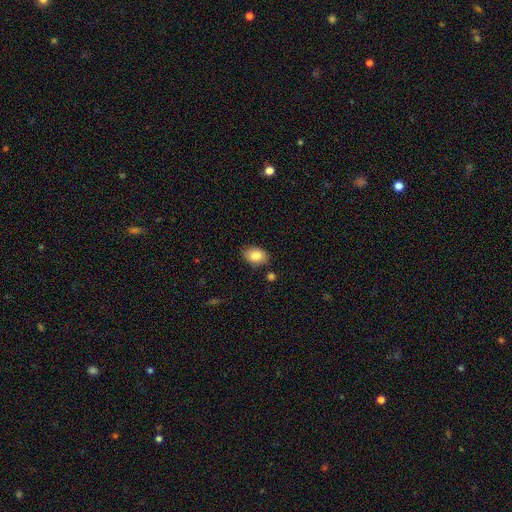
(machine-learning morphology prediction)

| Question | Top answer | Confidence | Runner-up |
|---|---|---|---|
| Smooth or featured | smooth | 83% | featured or disk (9%) |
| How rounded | in between | 82% | round (17%) |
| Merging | none | 81% | minor disturbance (13%) |